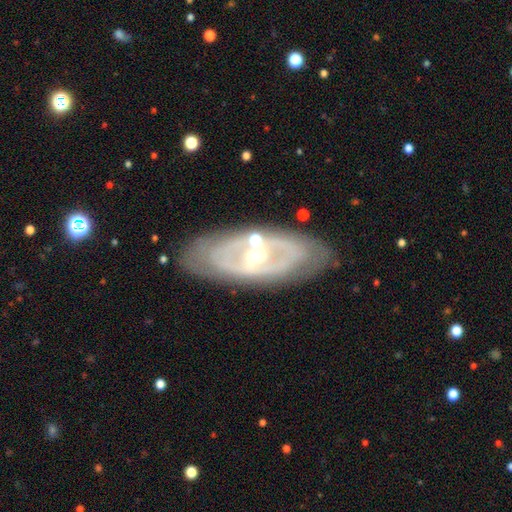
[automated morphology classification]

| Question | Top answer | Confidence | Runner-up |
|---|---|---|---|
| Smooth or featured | featured or disk | 78% | smooth (16%) |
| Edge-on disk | no | 86% | yes (14%) |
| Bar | no | 36% | weak (34%) |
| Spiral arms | no | 53% | yes (47%) |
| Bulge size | moderate | 48% | small (46%) |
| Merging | none | 79% | minor disturbance (13%) |